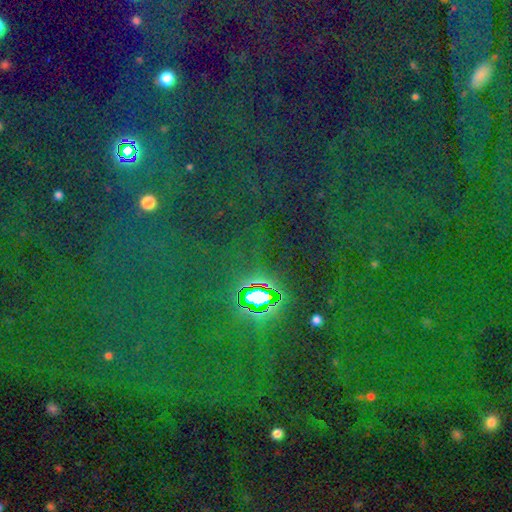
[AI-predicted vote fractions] Overall: star or artifact (81%).